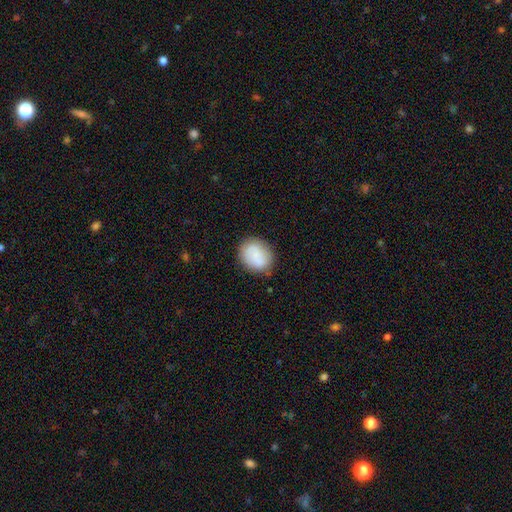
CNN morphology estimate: This is likely a smooth galaxy (76%). How rounded: likely round (65%). Merging: likely none (80%).